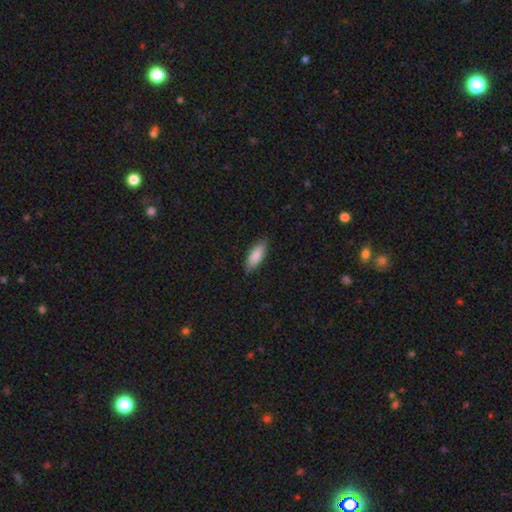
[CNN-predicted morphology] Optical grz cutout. It shows a smooth galaxy with no disk features (86%) that is in between round and cigar-shaped (67%). Merging: none (87%).